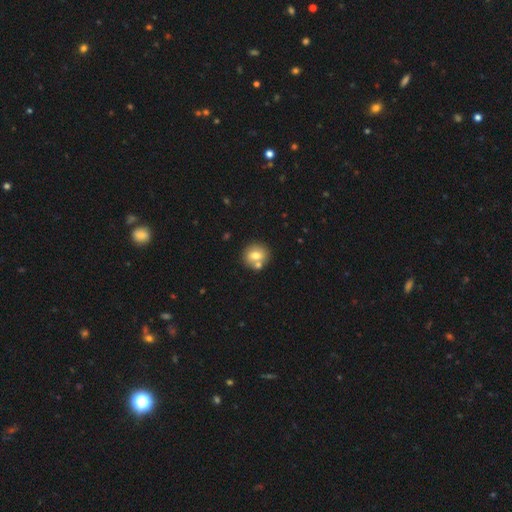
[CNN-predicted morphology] The model was most divided on "merging": none: 65%, merger: 22%, minor disturbance: 10%, major disturbance: 3%. More confident: how rounded — round (80%); smooth or featured — smooth (70%).